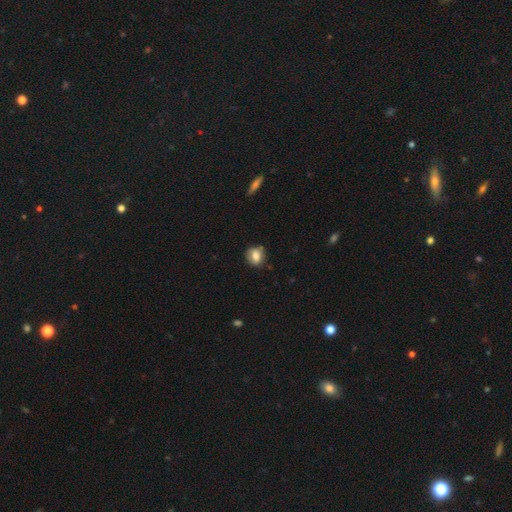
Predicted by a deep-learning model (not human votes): A smooth galaxy with no disk features (73%) that is round (67%).

Vote fractions:
- Smooth or featured? smooth: 73% / featured or disk: 18% / star or artifact: 9%
- How rounded? round: 67% / in between: 32% / cigar-shaped: 1%
- Merging? none: 78% / minor disturbance: 16% / major disturbance: 4% / merger: 2%